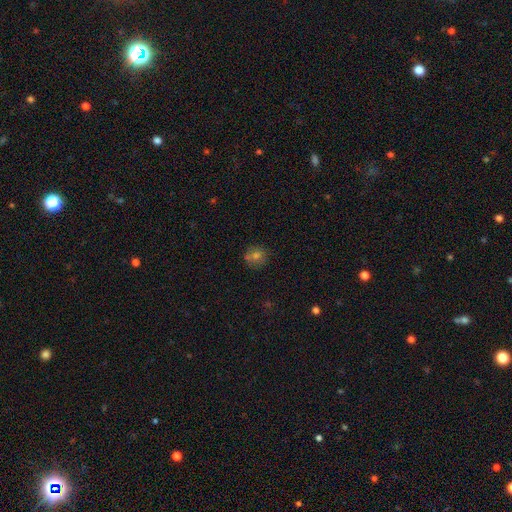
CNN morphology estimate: A smooth galaxy with no disk features (68%) that is round (84%). Merging: none (69%).